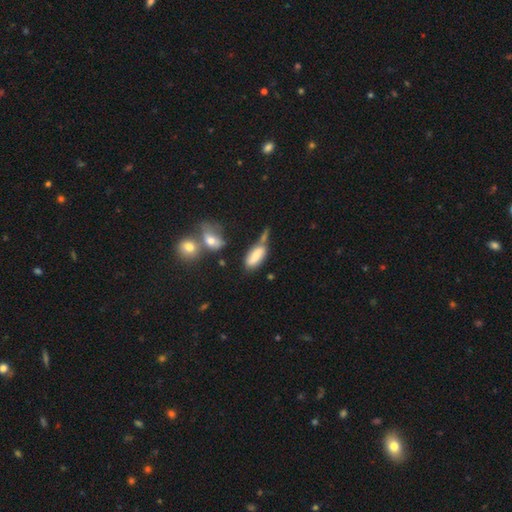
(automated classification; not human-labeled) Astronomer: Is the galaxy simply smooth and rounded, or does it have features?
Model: smooth — 68%.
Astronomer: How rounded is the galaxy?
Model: in between — 86%.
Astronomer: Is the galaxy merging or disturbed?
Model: none — 38% (runner-up: merger, 25%).